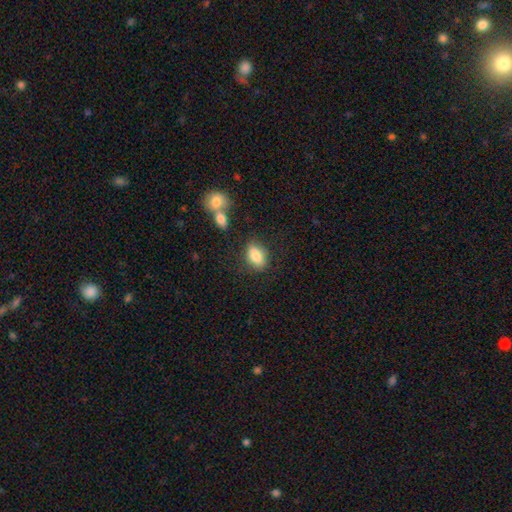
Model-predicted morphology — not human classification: Smooth or featured? smooth (84%)
How rounded? in between (86%)
Merging? none (77%)